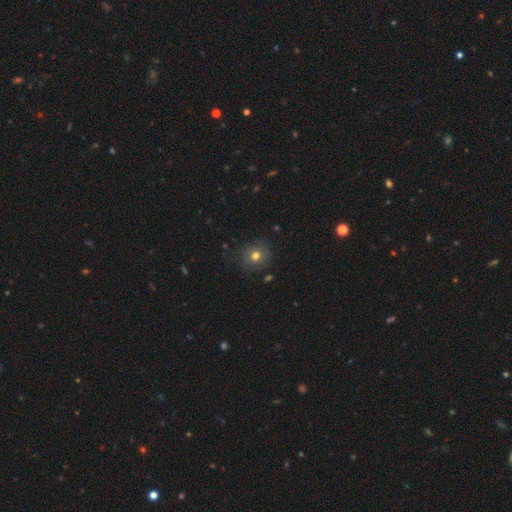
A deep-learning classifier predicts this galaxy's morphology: smooth_or_featured: smooth (p=0.74) [alt: star or artifact p=0.13]
how_rounded: round (p=0.84) [alt: in between p=0.15]
merging: none (p=0.82) [alt: minor disturbance p=0.12]